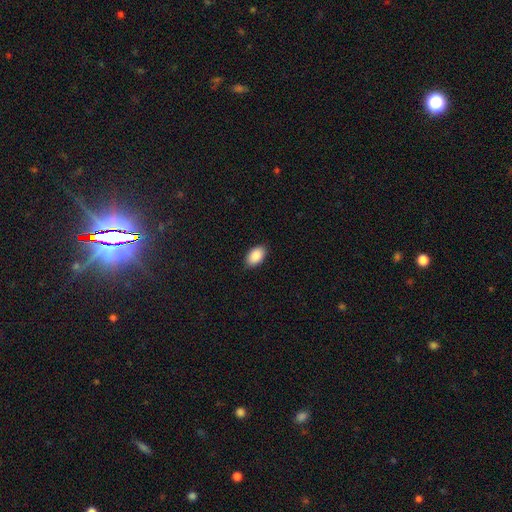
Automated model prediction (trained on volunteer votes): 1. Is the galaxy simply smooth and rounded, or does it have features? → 90% smooth, 7% star or artifact, 3% featured or disk.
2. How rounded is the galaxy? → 94% in between, 5% round, 1% cigar-shaped.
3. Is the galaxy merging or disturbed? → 88% none, 9% minor disturbance, 2% major disturbance, 1% merger.